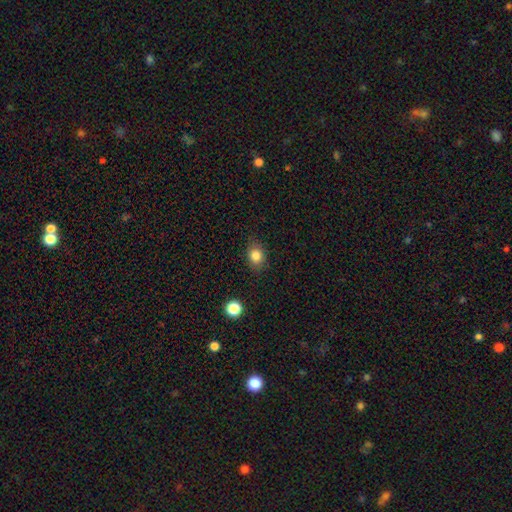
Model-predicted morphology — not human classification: type=smooth (83%); roundness=in between (53%); merging=none (82%).